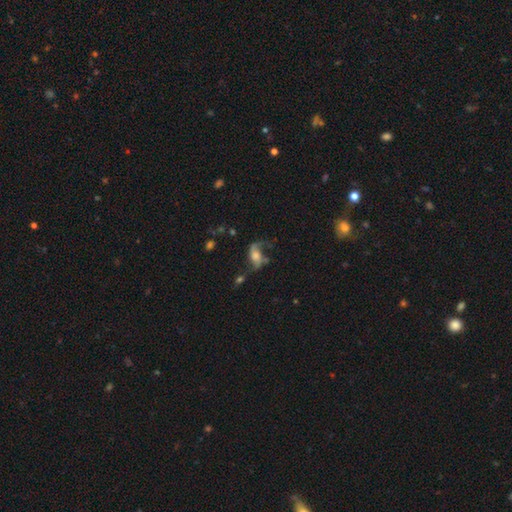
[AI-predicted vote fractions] smooth-or-featured: featured or disk: 68% | smooth: 22% | star or artifact: 10%
  disk-edge-on: no: 94% | yes: 6%
    bar: no: 54% | weak: 33% | strong: 13%
    has-spiral-arms: yes: 87% | no: 13%
      spiral-winding: loose: 80% | medium: 16% | tight: 4%
      spiral-arm-count: 2: 84% | 1: 8% | can't tell: 4% | 3: 1% | 4: 1% | more than 4: 1%
    bulge-size: moderate: 39% | large: 26% | small: 20% | none: 11% | dominant: 4%
  merging: none: 43% | major disturbance: 28% | minor disturbance: 19% | merger: 10%